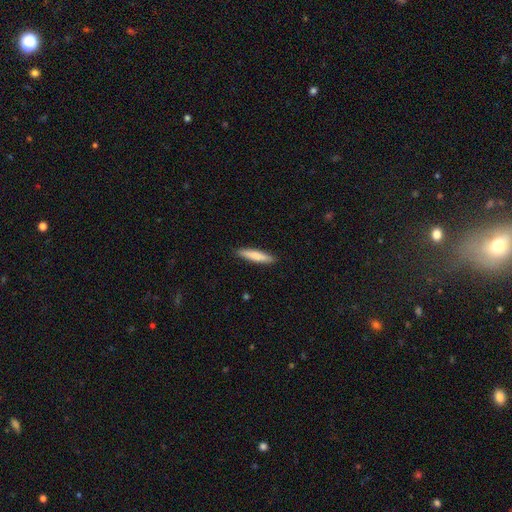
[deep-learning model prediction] A smooth galaxy with no disk features (79%) that is cigar-shaped (87%).

Vote fractions:
- Smooth or featured? smooth: 79% / featured or disk: 16% / star or artifact: 5%
- How rounded? cigar-shaped: 87% / in between: 12% / round: 1%
- Merging? none: 89% / minor disturbance: 8% / major disturbance: 2% / merger: 1%